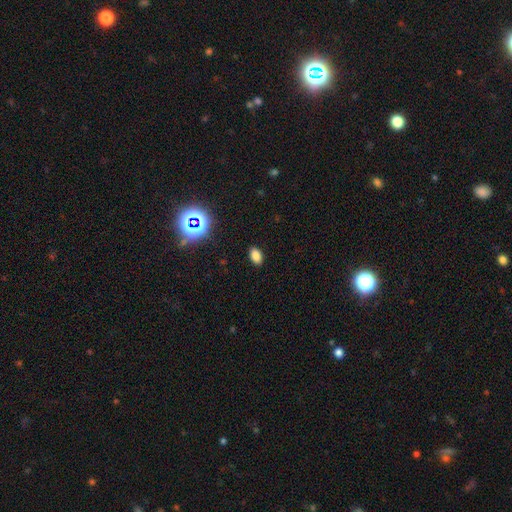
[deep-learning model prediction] smooth-or-featured: smooth: 78% | star or artifact: 16% | featured or disk: 5%
  how-rounded: in between: 88% | round: 10% | cigar-shaped: 2%
  merging: none: 89% | minor disturbance: 8% | major disturbance: 2% | merger: 1%